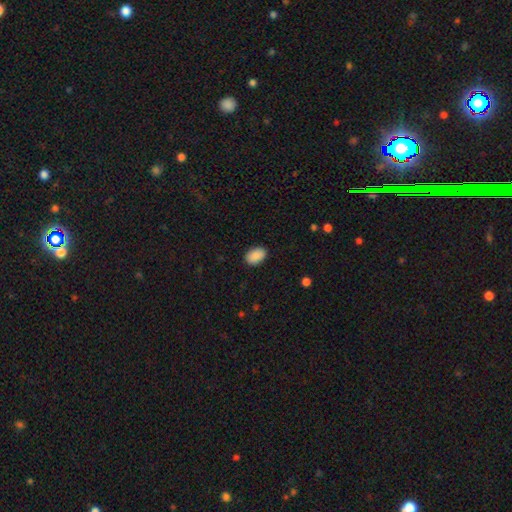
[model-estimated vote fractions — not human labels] Smooth or featured?
  - smooth: 90% *
  - star or artifact: 7%
  - featured or disk: 3%
How rounded?
  - in between: 88% *
  - round: 11%
  - cigar-shaped: 1%
Merging?
  - none: 88% *
  - minor disturbance: 9%
  - major disturbance: 2%
  - merger: 1%